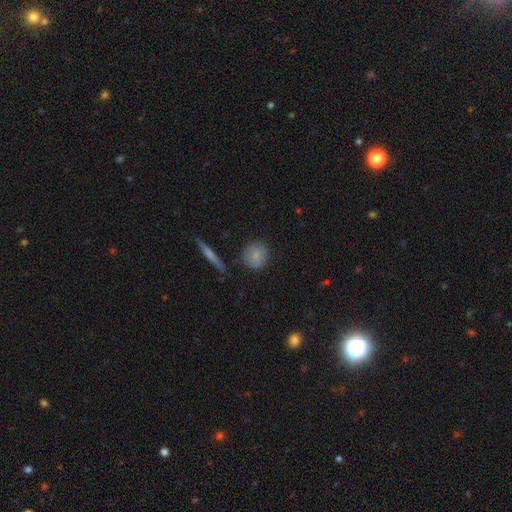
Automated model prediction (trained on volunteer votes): Smooth or featured? Predicted: smooth (p=0.82). How rounded? Predicted: round (p=0.85). Merging? Predicted: none (p=0.83).